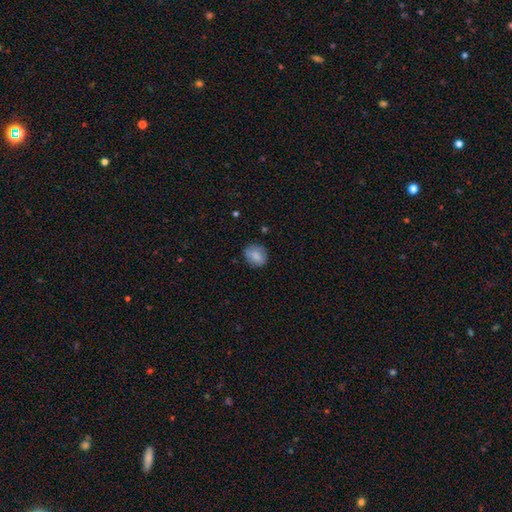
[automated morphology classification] type=smooth (80%); roundness=round (61%); merging=none (81%).